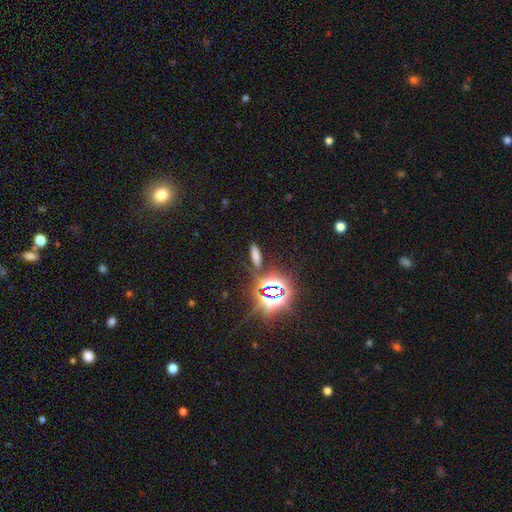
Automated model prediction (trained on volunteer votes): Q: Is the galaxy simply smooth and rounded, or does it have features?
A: smooth — 58%.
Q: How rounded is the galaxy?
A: cigar-shaped — 58%.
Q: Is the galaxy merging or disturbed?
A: none — 84%.